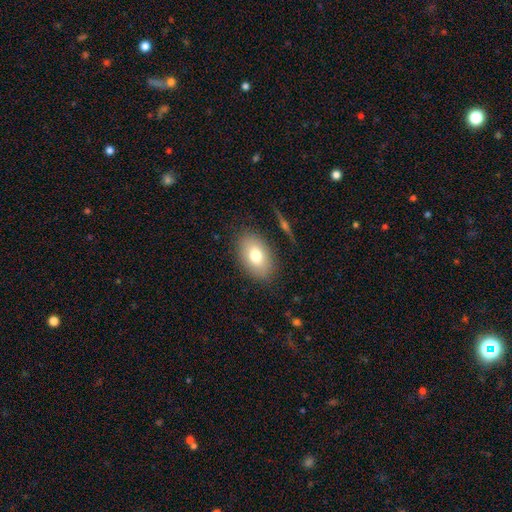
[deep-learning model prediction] Smooth or featured: smooth — 74% (featured or disk — 17%)
How rounded: in between — 88% (round — 11%)
Merging: none — 84% (minor disturbance — 11%)